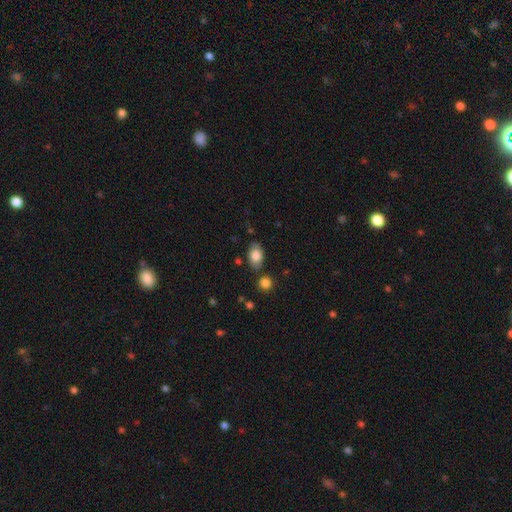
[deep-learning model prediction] Morphology: type=smooth (81%); roundness=in between (88%); merging=none (78%).